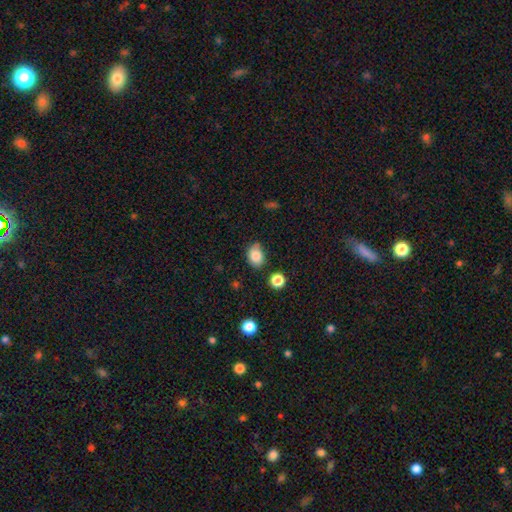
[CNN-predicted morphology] A smooth galaxy with no disk features (83%) that is in between round and cigar-shaped (68%). Merging: none (72%).